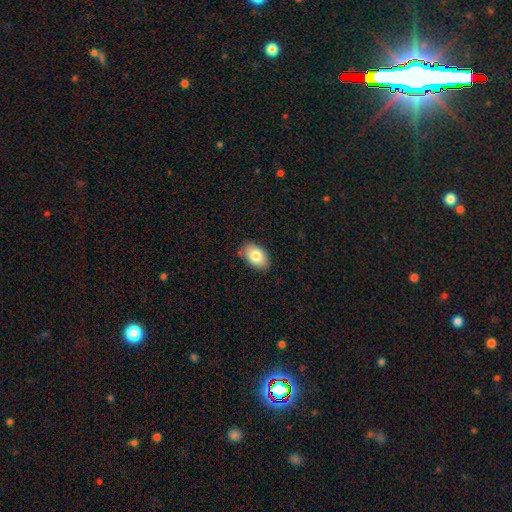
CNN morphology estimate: Smooth or featured? smooth (82%)
How rounded? in between (90%)
Merging? none (83%)